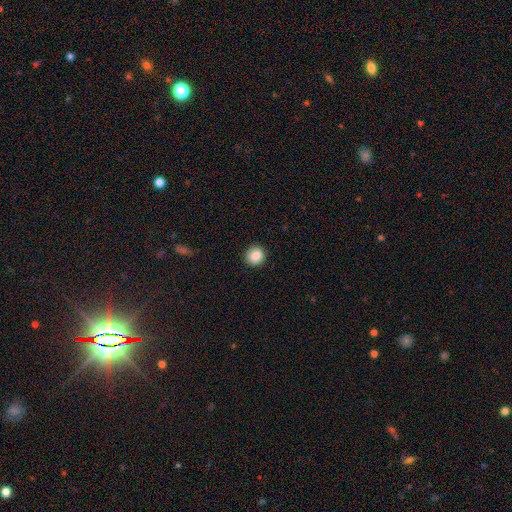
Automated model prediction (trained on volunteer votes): This appears to be a smooth galaxy with no disk features (88%) that is round (91%). Merging: none (90%).